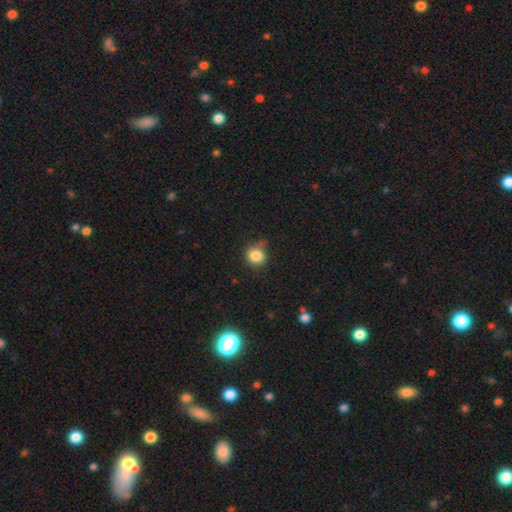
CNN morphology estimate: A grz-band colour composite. It shows a smooth galaxy with no disk features (85%) that is round (86%). Merging: none (69%).